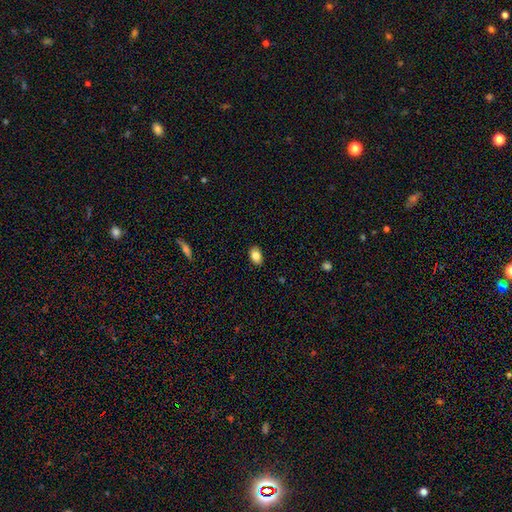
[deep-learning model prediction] Smooth or featured: smooth — 85% (star or artifact — 8%)
How rounded: in between — 83% (round — 16%)
Merging: none — 88% (minor disturbance — 9%)